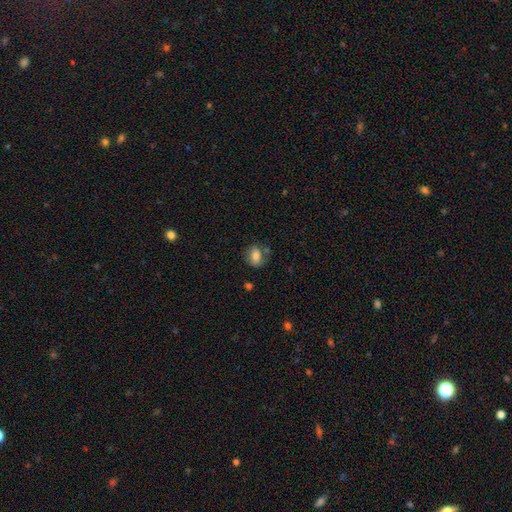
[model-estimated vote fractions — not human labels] This is likely a smooth galaxy (75%). How rounded: likely in between (63%). Merging: likely none (66%).